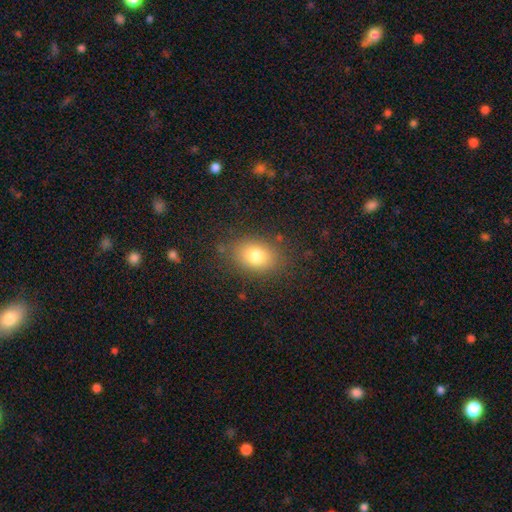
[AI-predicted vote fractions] Smooth or featured? Predicted: smooth (p=0.79). How rounded? Predicted: in between (p=0.72). Merging? Predicted: none (p=0.83).